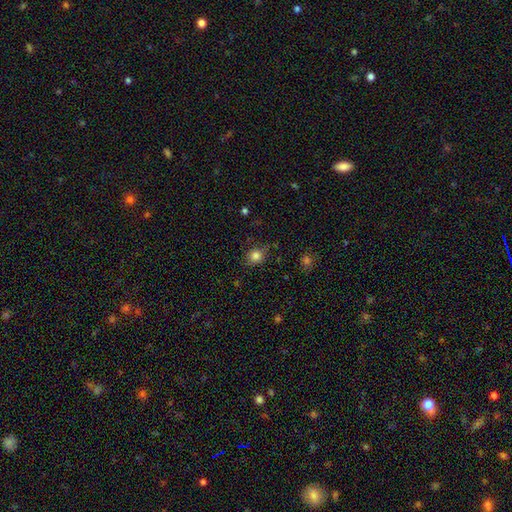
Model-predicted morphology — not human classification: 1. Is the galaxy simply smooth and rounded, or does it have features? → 82% smooth, 12% star or artifact, 6% featured or disk.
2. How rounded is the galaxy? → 76% round, 23% in between, 1% cigar-shaped.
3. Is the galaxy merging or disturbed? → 78% none, 16% minor disturbance, 4% major disturbance, 2% merger.